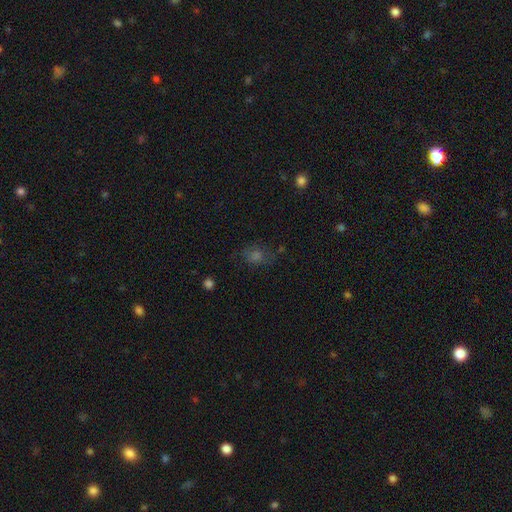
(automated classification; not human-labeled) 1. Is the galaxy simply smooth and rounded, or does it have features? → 47% smooth, 35% star or artifact, 19% featured or disk.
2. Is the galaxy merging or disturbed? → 71% none, 17% minor disturbance, 10% major disturbance, 2% merger.